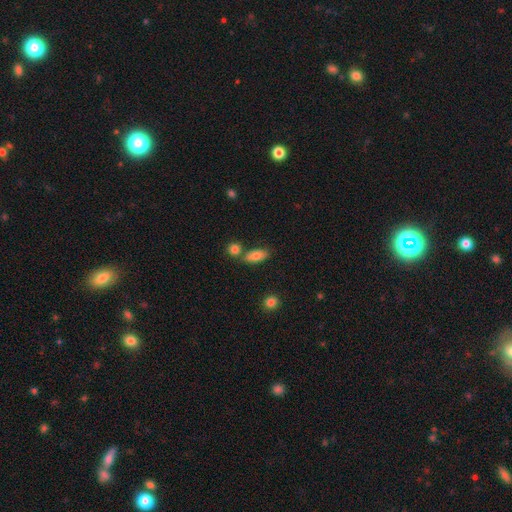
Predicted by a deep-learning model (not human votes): The model was most divided on "merging": none: 66%, merger: 18%, minor disturbance: 12%, major disturbance: 3%. More confident: how rounded — in between (82%); smooth or featured — smooth (80%).